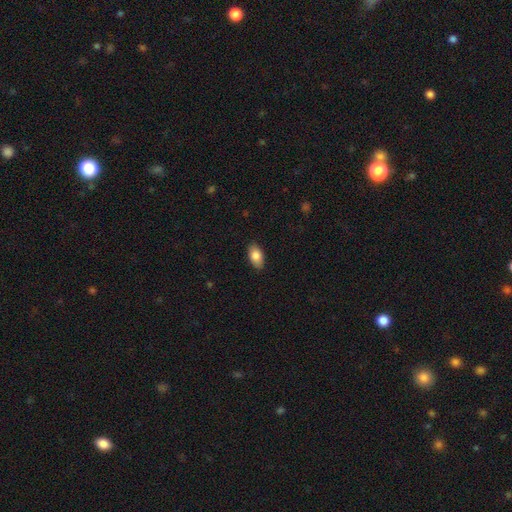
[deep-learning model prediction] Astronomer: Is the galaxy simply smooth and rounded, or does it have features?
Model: smooth — 84%.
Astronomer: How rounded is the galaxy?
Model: in between — 92%.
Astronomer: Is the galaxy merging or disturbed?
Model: none — 86%.